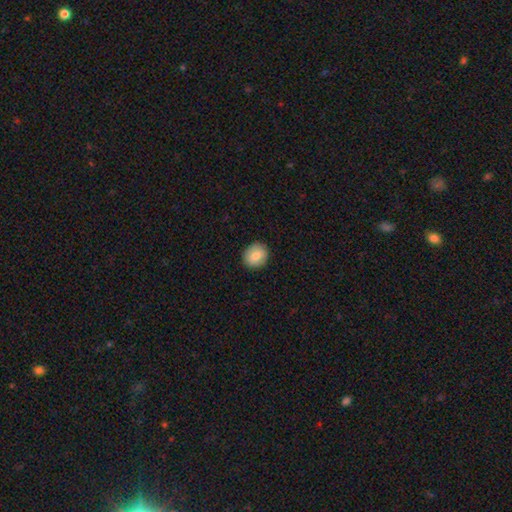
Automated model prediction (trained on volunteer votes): Morphology: type=smooth (83%); roundness=round (76%); merging=none (89%).